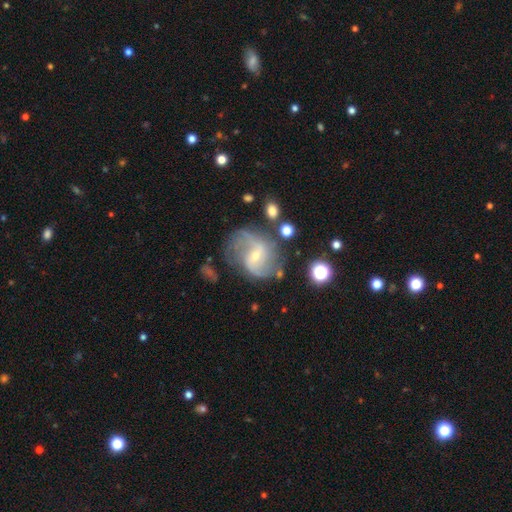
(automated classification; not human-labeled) Smooth or featured? Predicted: featured or disk (p=0.81). Edge-on disk? Predicted: no (p=0.97). Bar? Predicted: weak (p=0.50). Spiral arms? Predicted: yes (p=0.93). Spiral winding? Predicted: loose (p=0.44). Spiral arm count? Predicted: 2 (p=0.73). Bulge size? Predicted: small (p=0.66). Merging? Predicted: none (p=0.56).